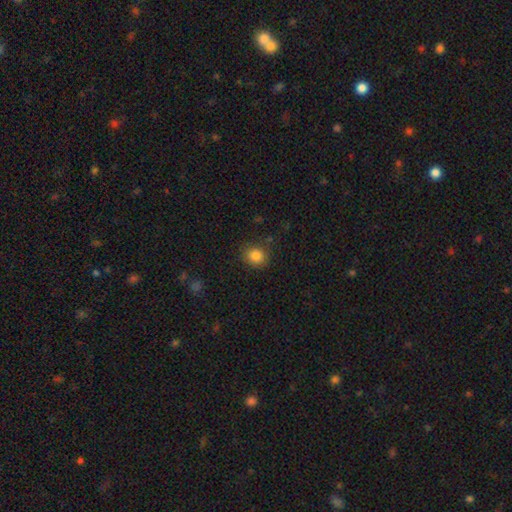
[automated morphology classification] Q: Smooth or featured?
A: smooth (84%); runner-up: star or artifact (11%)
Q: How rounded?
A: round (82%); runner-up: in between (17%)
Q: Merging?
A: none (84%); runner-up: minor disturbance (11%)